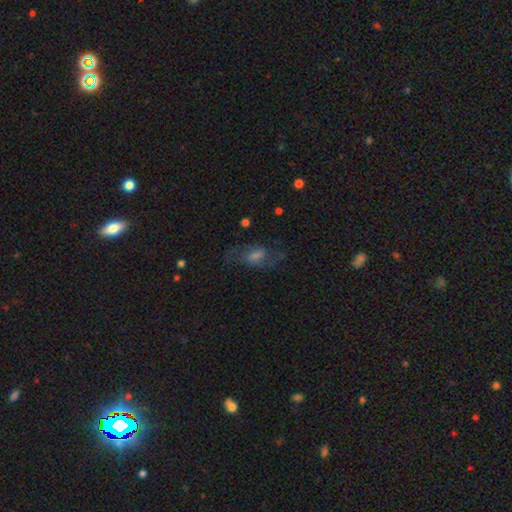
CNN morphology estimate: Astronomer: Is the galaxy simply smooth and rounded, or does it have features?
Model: featured or disk — 67%.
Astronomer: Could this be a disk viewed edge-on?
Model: no — 95%.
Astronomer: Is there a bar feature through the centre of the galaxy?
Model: weak — 53% (runner-up: no, 32%).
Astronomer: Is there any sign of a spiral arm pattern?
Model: yes — 91%.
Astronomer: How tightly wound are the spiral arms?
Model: medium — 48% (runner-up: loose, 39%).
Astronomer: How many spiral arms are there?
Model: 2 — 85%.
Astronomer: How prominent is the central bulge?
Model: small — 39% (runner-up: moderate, 38%).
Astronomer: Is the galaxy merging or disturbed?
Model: none — 70%.